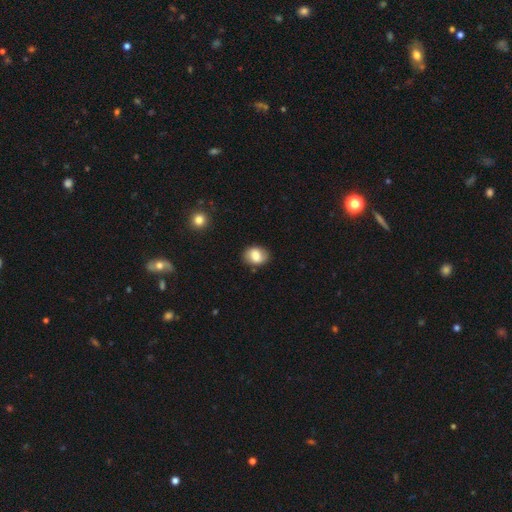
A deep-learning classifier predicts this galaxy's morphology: Smooth or featured: smooth — 78% (featured or disk — 14%)
How rounded: in between — 60% (round — 39%)
Merging: none — 79% (minor disturbance — 15%)